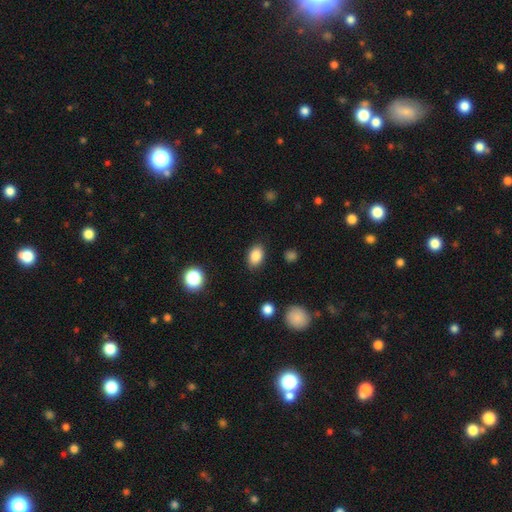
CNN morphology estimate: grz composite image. It shows a smooth galaxy with no disk features (86%) that is in between round and cigar-shaped (85%). Merging: none (86%).